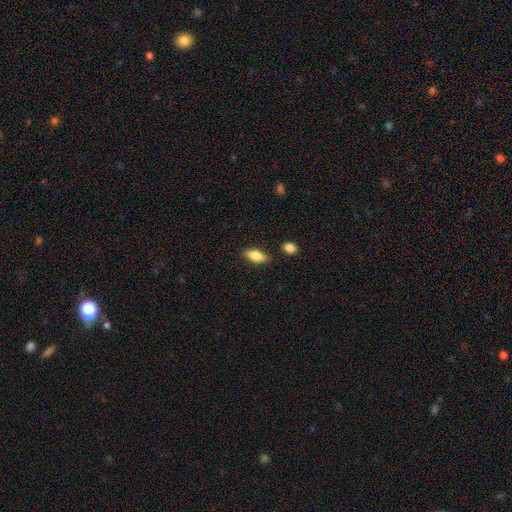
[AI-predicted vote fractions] Smooth or featured?
  - smooth: 82% *
  - featured or disk: 11%
  - star or artifact: 7%
How rounded?
  - in between: 85% *
  - cigar-shaped: 11%
  - round: 3%
Merging?
  - none: 83% *
  - minor disturbance: 12%
  - merger: 3%
  - major disturbance: 3%